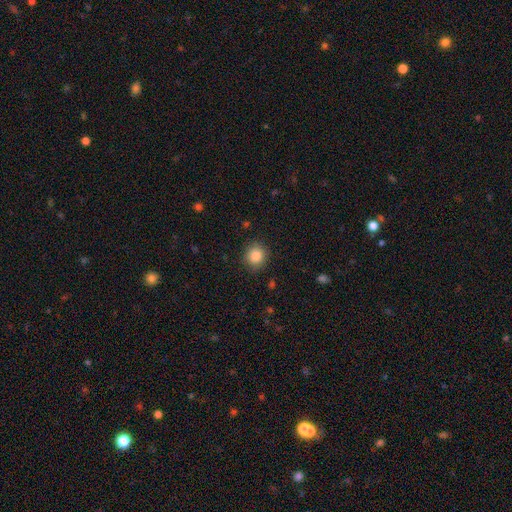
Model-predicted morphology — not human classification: Q: Smooth or featured?
A: smooth (86%); runner-up: star or artifact (10%)
Q: How rounded?
A: round (86%); runner-up: in between (13%)
Q: Merging?
A: none (87%); runner-up: minor disturbance (9%)